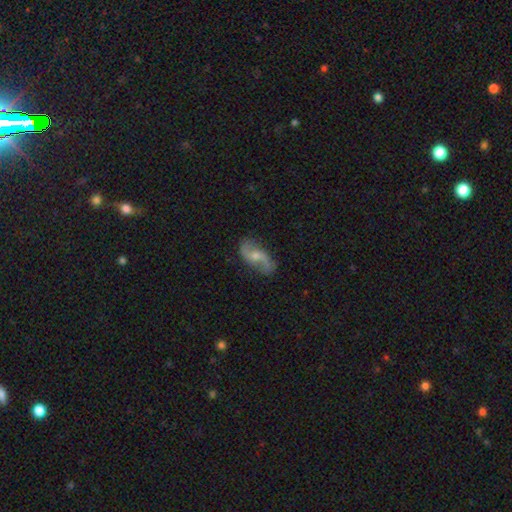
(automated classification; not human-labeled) Smooth or featured?
  - featured or disk: 80% *
  - smooth: 14%
  - star or artifact: 6%
Edge-on disk?
  - no: 95% *
  - yes: 5%
Bar?
  - no: 54% *
  - weak: 37%
  - strong: 9%
Spiral arms?
  - yes: 94% *
  - no: 6%
Spiral winding?
  - loose: 67% *
  - medium: 25%
  - tight: 8%
Spiral arm count?
  - 2: 92% *
  - can't tell: 3%
  - 1: 2%
  - 3: 1%
  - 4: 1%
  - more than 4: 1%
Bulge size?
  - moderate: 53% *
  - small: 40%
  - none: 3%
  - large: 3%
  - dominant: 1%
Merging?
  - none: 80% *
  - minor disturbance: 14%
  - major disturbance: 4%
  - merger: 1%